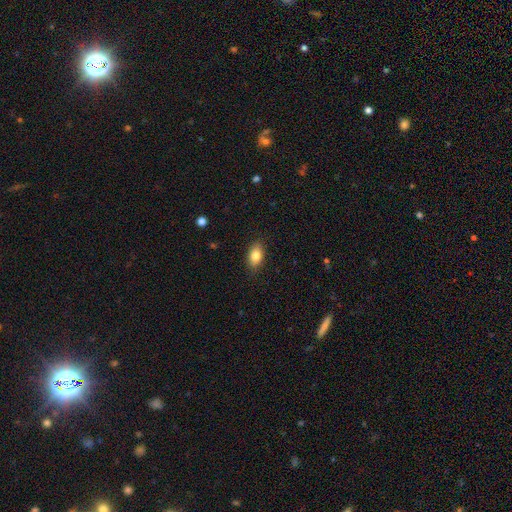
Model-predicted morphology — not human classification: Smooth or featured? Predicted: smooth (p=0.83). How rounded? Predicted: in between (p=0.89). Merging? Predicted: none (p=0.87).